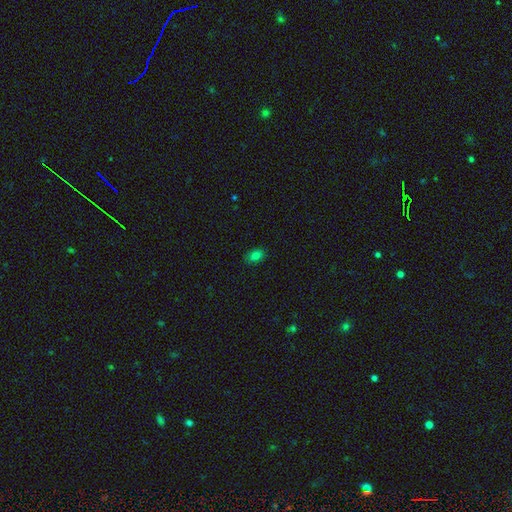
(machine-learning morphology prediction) A smooth galaxy with no disk features (79%) that is in between round and cigar-shaped (80%). Merging: none (86%).